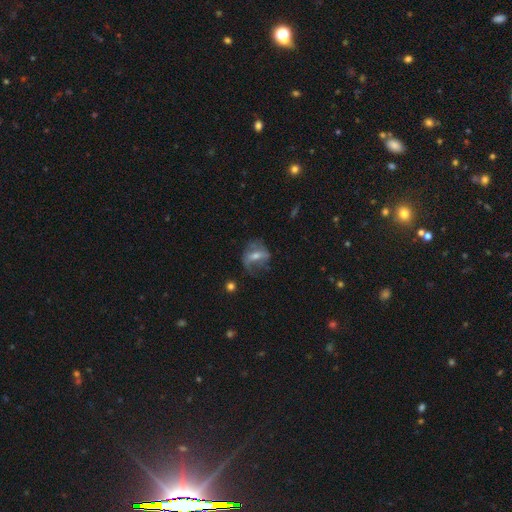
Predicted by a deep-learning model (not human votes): Q: Smooth or featured?
A: featured or disk (62%); runner-up: smooth (29%)
Q: Edge-on disk?
A: no (92%); runner-up: yes (8%)
Q: Bar?
A: weak (38%); tied with: strong (38%)
Q: Spiral arms?
A: yes (66%); runner-up: no (34%)
Q: Bulge size?
A: moderate (49%); runner-up: small (39%)
Q: Merging?
A: none (50%); runner-up: minor disturbance (24%)